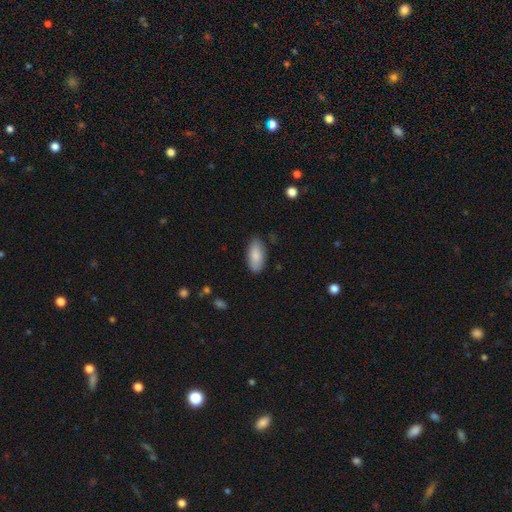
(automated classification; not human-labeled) This is clearly a smooth galaxy (86%). How rounded: clearly in between (90%). Merging: clearly none (82%).